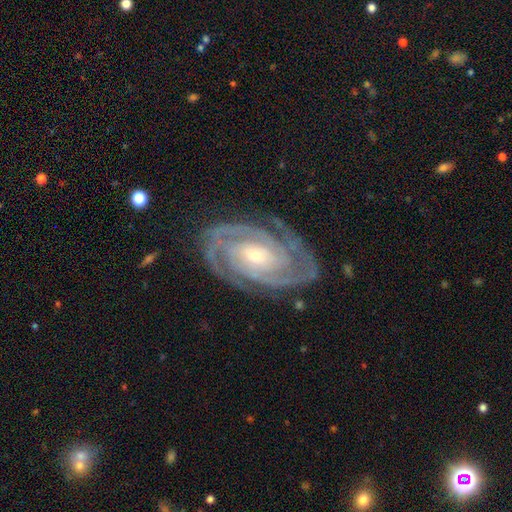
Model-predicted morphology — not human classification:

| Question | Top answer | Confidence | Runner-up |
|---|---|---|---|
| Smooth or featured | featured or disk | 93% | star or artifact (4%) |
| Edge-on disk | no | 97% | yes (3%) |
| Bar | no | 54% | weak (29%) |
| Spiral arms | yes | 99% | no (1%) |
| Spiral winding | tight | 79% | medium (19%) |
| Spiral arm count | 2 | 55% | 3 (23%) |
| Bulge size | small | 50% | moderate (45%) |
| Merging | none | 81% | minor disturbance (14%) |